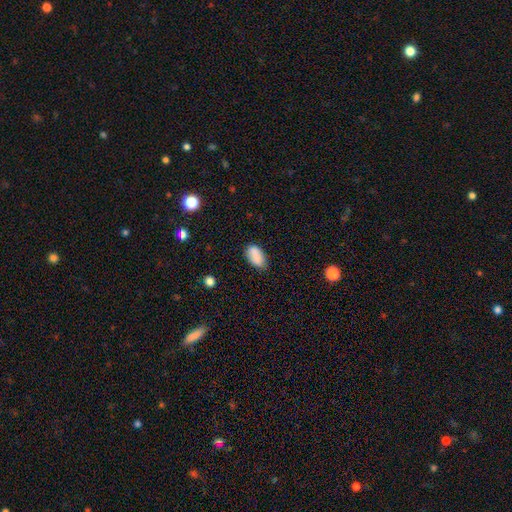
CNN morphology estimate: Smooth or featured? smooth (85%)
How rounded? in between (93%)
Merging? none (74%)